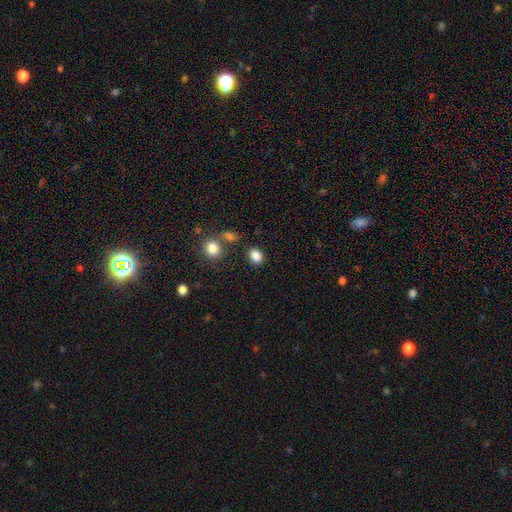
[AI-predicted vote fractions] smooth 85%, star or artifact 10%, featured or disk 4%. Down the decision tree: how rounded — in between (56%); merging — none (79%).